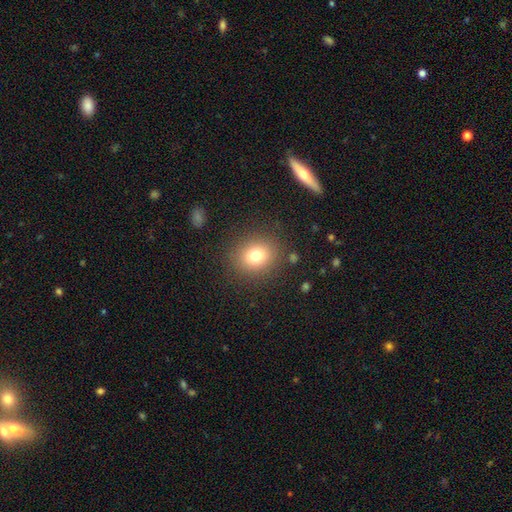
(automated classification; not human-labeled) A smooth galaxy with no disk features (76%) that is round (77%).

Vote fractions:
- Smooth or featured? smooth: 76% / star or artifact: 13% / featured or disk: 10%
- How rounded? round: 77% / in between: 22% / cigar-shaped: 1%
- Merging? none: 86% / minor disturbance: 8% / major disturbance: 4% / merger: 2%